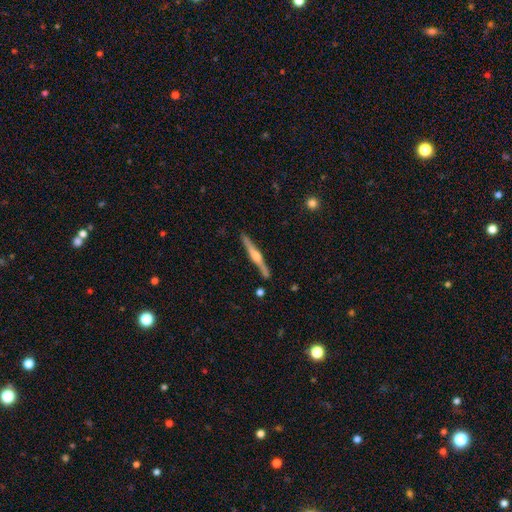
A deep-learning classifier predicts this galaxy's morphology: Q: Smooth or featured?
A: featured or disk (79%); runner-up: smooth (16%)
Q: Edge-on disk?
A: yes (98%); runner-up: no (2%)
Q: Edge-on bulge?
A: rounded (88%); runner-up: boxy (7%)
Q: Merging?
A: none (90%); runner-up: minor disturbance (7%)